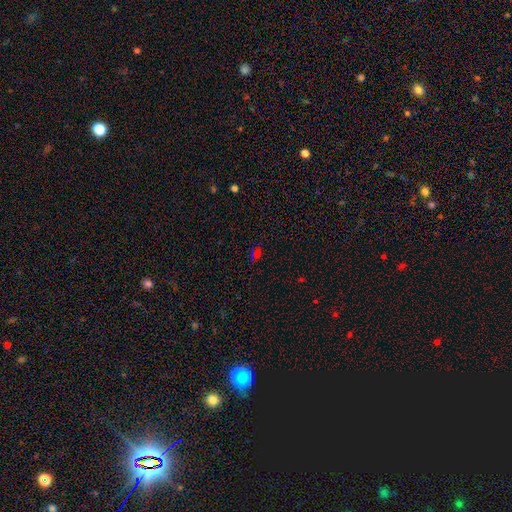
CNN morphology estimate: This appears to be a smooth galaxy with no disk features (47%). Merging: none (72%).